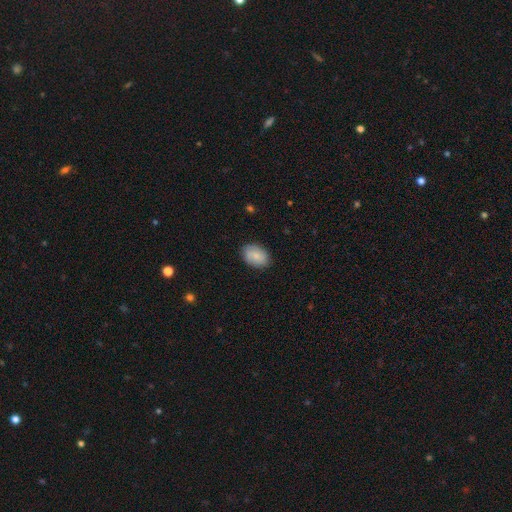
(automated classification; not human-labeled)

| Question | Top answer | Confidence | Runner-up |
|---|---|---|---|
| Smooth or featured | smooth | 77% | featured or disk (16%) |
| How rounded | in between | 82% | round (17%) |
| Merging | none | 83% | minor disturbance (13%) |